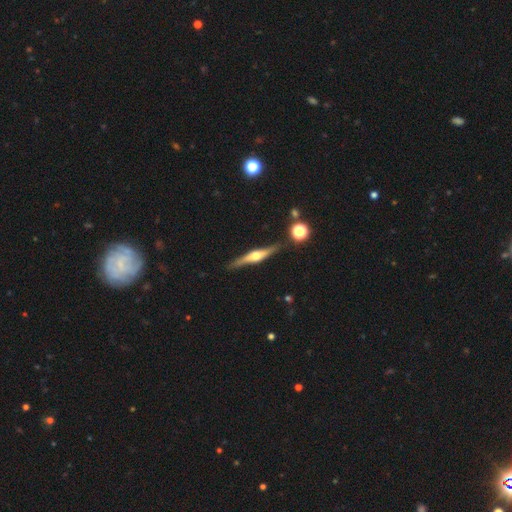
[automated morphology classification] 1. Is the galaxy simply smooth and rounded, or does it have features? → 74% featured or disk, 21% smooth, 6% star or artifact.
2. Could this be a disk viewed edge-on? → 96% yes, 4% no.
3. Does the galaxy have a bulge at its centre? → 93% rounded, 4% boxy, 2% none.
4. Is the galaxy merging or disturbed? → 85% none, 10% minor disturbance, 2% merger, 2% major disturbance.